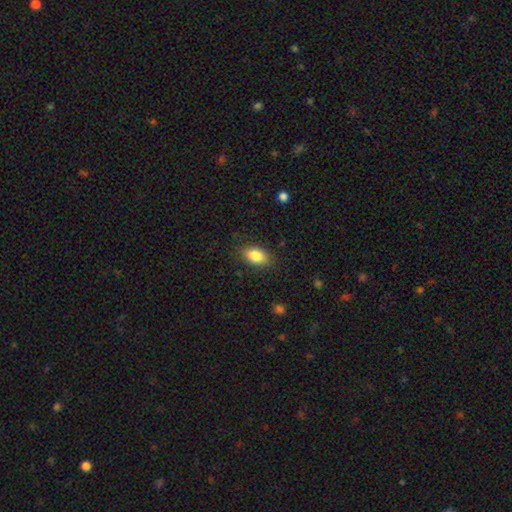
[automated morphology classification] Smooth or featured? Predicted: smooth (p=0.84). How rounded? Predicted: in between (p=0.90). Merging? Predicted: none (p=0.83).